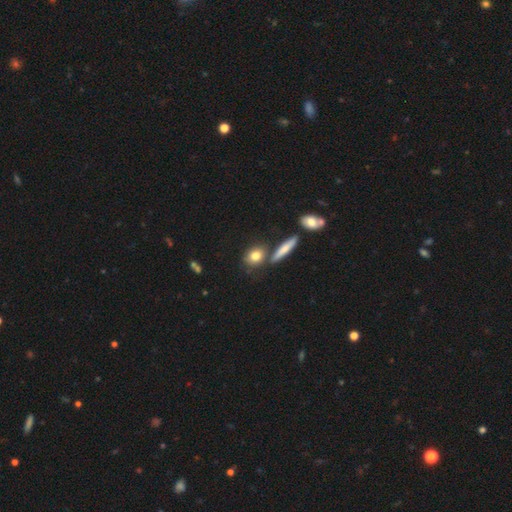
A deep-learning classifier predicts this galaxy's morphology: smooth_or_featured: smooth (p=0.77) [alt: featured or disk p=0.14]
how_rounded: round (p=0.48) [alt: in between p=0.42]
merging: none (p=0.68) [alt: merger p=0.16]